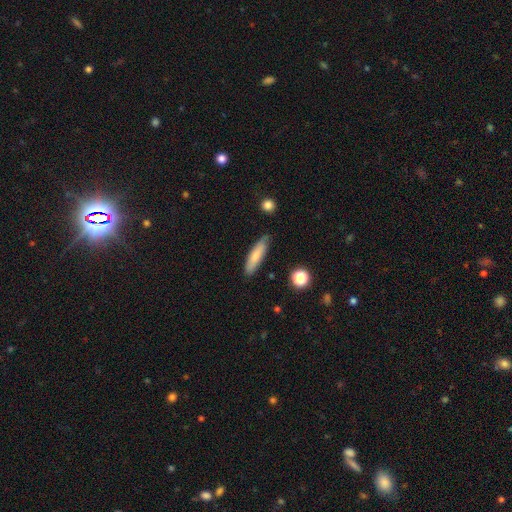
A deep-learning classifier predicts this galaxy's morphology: Q: Smooth or featured?
A: smooth (76%); runner-up: featured or disk (17%)
Q: How rounded?
A: cigar-shaped (71%); runner-up: in between (27%)
Q: Merging?
A: none (83%); runner-up: minor disturbance (13%)